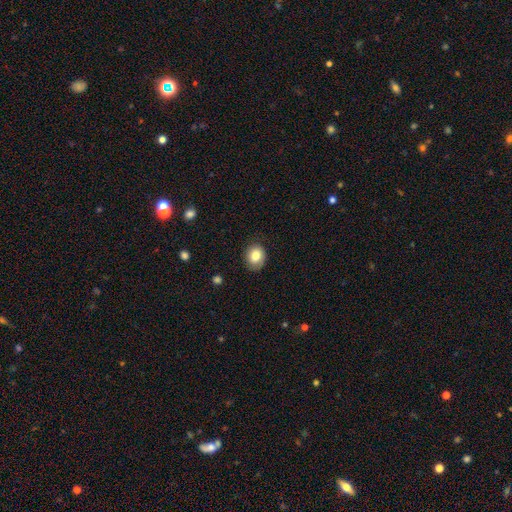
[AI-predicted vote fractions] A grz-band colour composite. It shows a smooth galaxy with no disk features (79%) that is round (61%). Merging: none (80%).